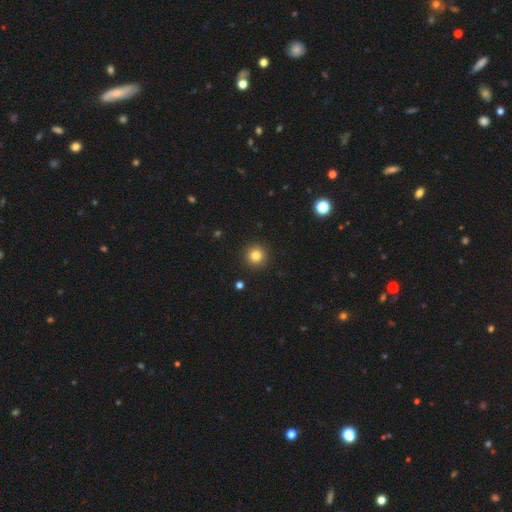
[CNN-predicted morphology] type=smooth (82%); roundness=round (95%); merging=none (93%).